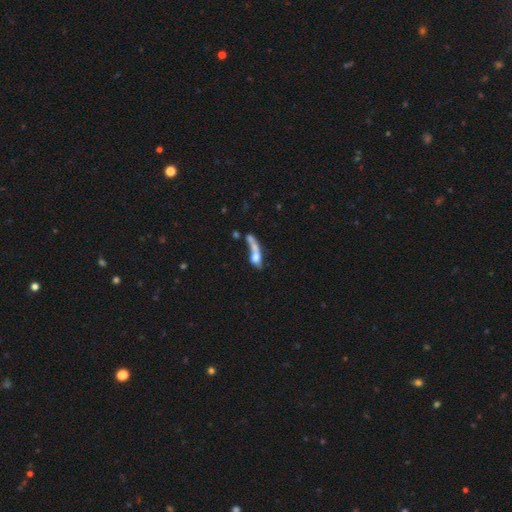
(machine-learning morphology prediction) The model was most divided on "how rounded": cigar-shaped: 52%, in between: 36%, round: 12%. More confident: smooth or featured — smooth (54%); merging — merger (52%).